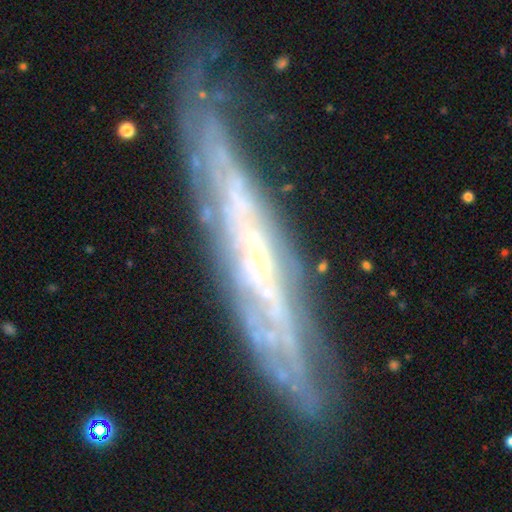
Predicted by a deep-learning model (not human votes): Overall: featured or disk (82%). Edge-on disk: yes (56%; no 44%). Merging: none (75%).